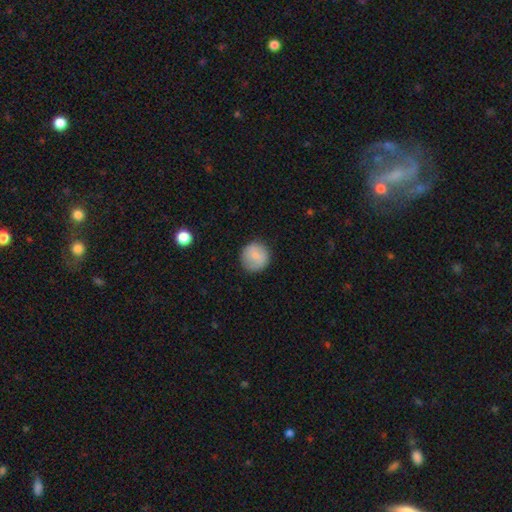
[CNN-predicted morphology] Overall: smooth (83%). How rounded: round (94%). Merging: none (87%).